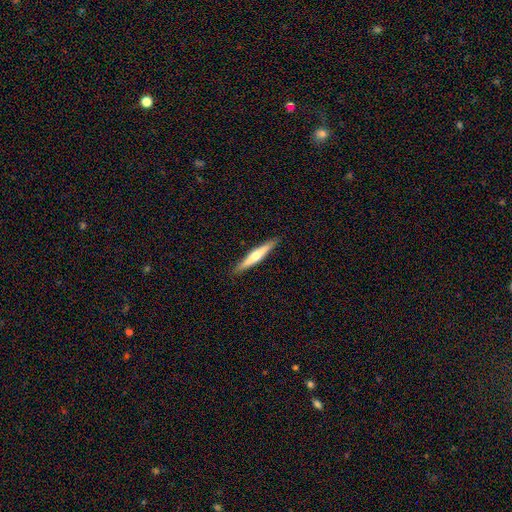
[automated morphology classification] smooth_or_featured: featured or disk (p=0.56) [alt: smooth p=0.39]
disk_edge_on: yes (p=0.95) [alt: no p=0.05]
edge_on_bulge: rounded (p=0.86) [alt: none p=0.11]
merging: none (p=0.90) [alt: minor disturbance p=0.07]